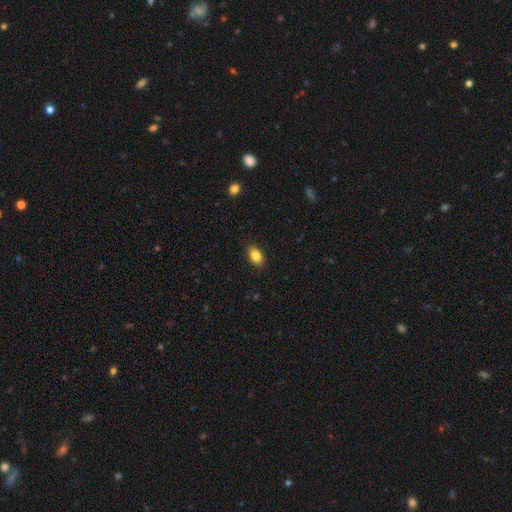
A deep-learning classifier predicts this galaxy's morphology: smooth_or_featured: smooth (p=0.86) [alt: star or artifact p=0.08]
how_rounded: in between (p=0.89) [alt: round p=0.09]
merging: none (p=0.89) [alt: minor disturbance p=0.08]